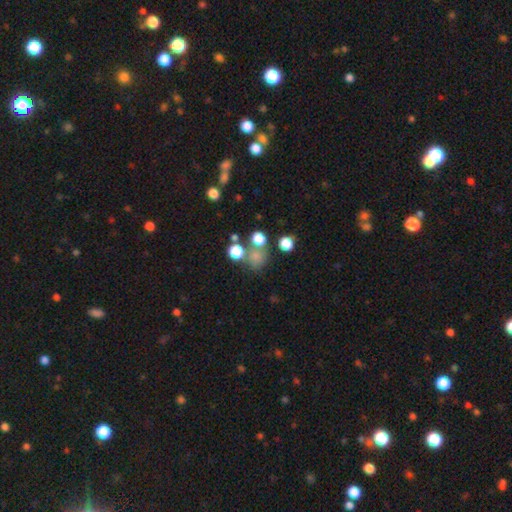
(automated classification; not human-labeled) The model was most divided on "merging": none: 57%, merger: 26%, minor disturbance: 11%, major disturbance: 6%. More confident: how rounded — round (80%); smooth or featured — smooth (71%).